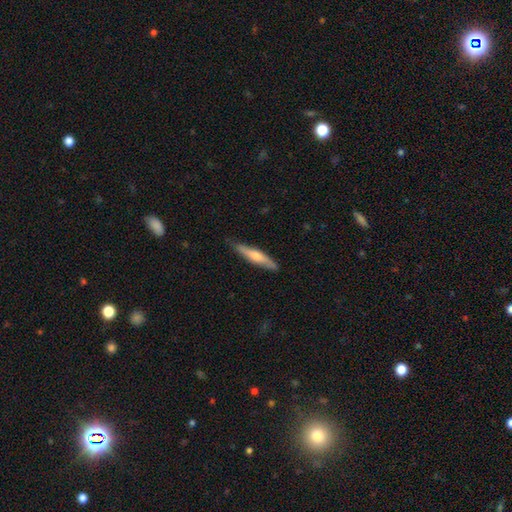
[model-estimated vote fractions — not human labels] A featured or disk galaxy (50%) viewed edge-on (89%). Merging: none (83%).